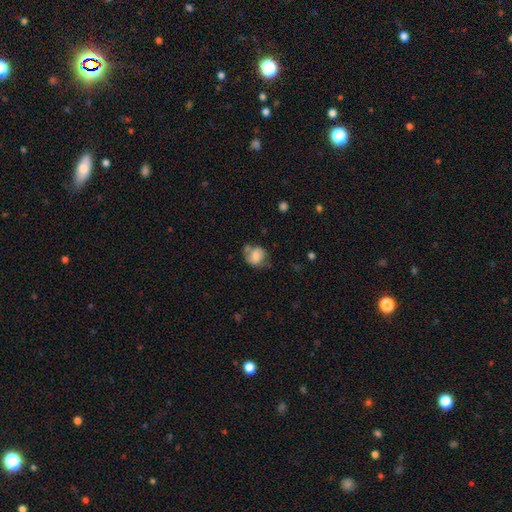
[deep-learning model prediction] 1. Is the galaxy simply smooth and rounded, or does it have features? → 61% smooth, 30% featured or disk, 9% star or artifact.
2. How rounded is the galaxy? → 61% round, 38% in between, 1% cigar-shaped.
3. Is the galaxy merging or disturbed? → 42% none, 28% minor disturbance, 16% major disturbance, 13% merger.